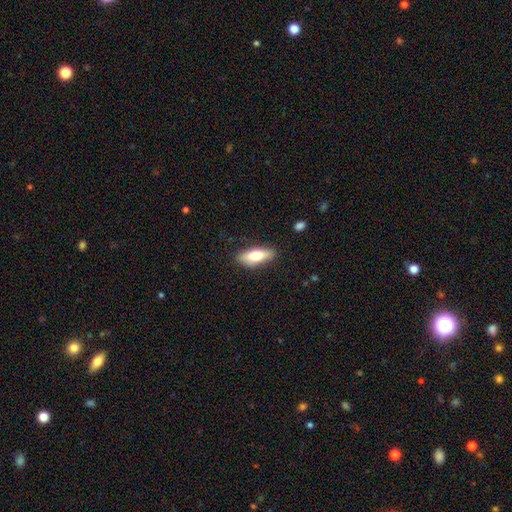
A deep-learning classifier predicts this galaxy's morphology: This is likely a smooth galaxy (71%). How rounded: likely in between (67%). Merging: clearly none (85%).